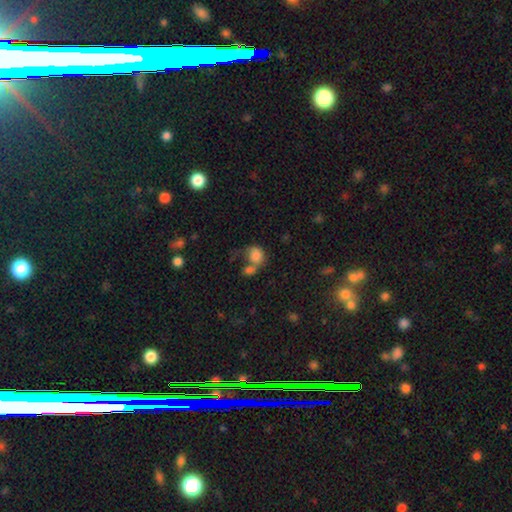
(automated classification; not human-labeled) Smooth or featured: smooth — 79% (featured or disk — 11%)
How rounded: round — 57% (in between — 42%)
Merging: merger — 52% (none — 24%)